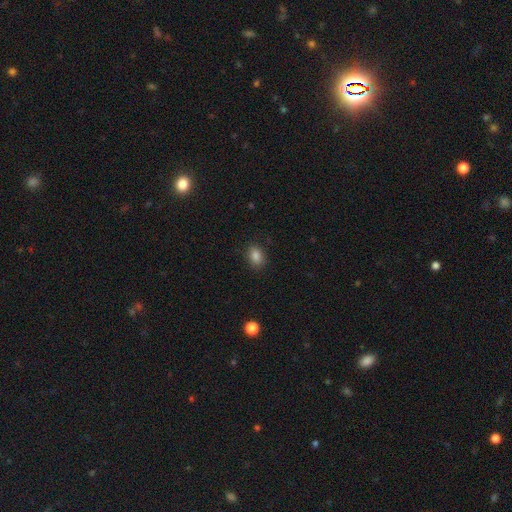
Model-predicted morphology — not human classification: type=smooth (85%); roundness=in between (77%); merging=none (86%).